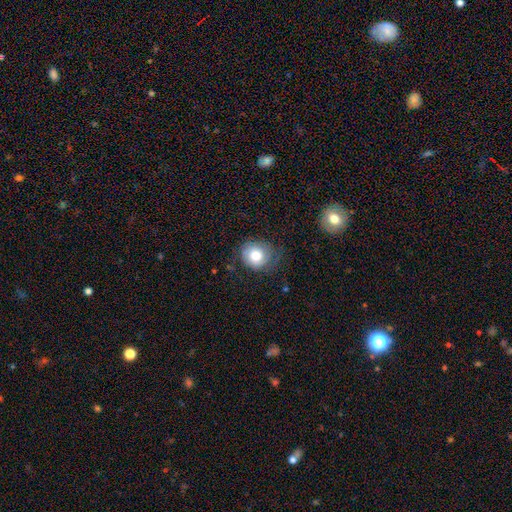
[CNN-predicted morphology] Smooth or featured: smooth — 65% (featured or disk — 26%)
How rounded: round — 79% (in between — 20%)
Merging: none — 64% (minor disturbance — 23%)